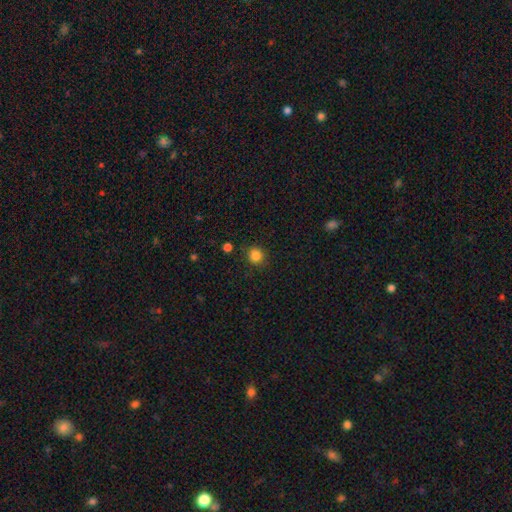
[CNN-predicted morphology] This appears to be a smooth galaxy with no disk features (84%) that is round (84%). Merging: none (85%).